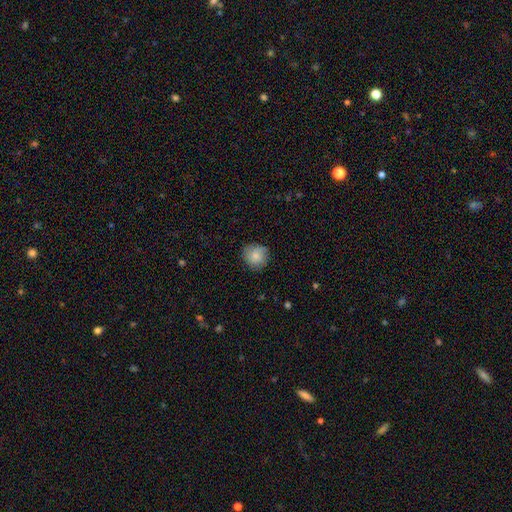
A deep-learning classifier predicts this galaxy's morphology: type=smooth (81%); roundness=round (90%); merging=none (79%).